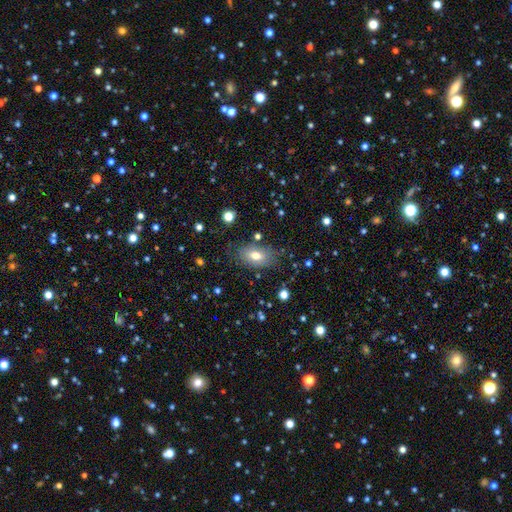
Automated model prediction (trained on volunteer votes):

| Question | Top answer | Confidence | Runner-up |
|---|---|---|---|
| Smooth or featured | smooth | 70% | featured or disk (20%) |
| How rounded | in between | 89% | round (8%) |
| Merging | none | 75% | minor disturbance (16%) |